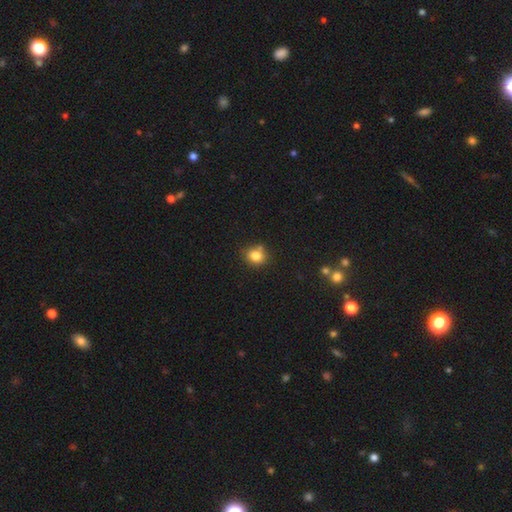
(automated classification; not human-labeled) Q: Smooth or featured?
A: smooth (80%); runner-up: star or artifact (12%)
Q: How rounded?
A: round (74%); runner-up: in between (25%)
Q: Merging?
A: none (67%); runner-up: minor disturbance (16%)